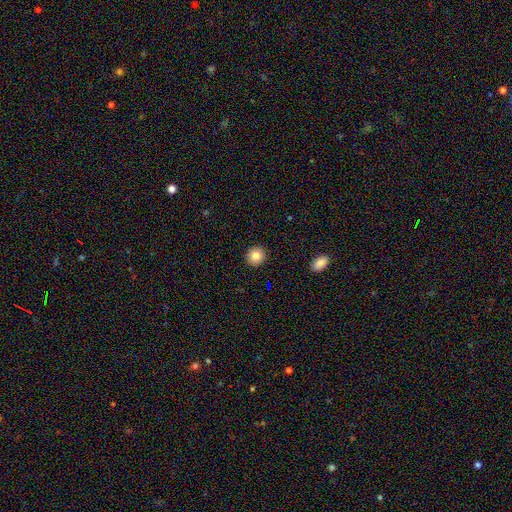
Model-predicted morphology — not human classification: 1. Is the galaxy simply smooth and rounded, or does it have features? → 83% smooth, 9% star or artifact, 8% featured or disk.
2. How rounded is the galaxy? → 90% round, 9% in between, 1% cigar-shaped.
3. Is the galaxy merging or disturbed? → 93% none, 5% minor disturbance, 2% major disturbance, 1% merger.